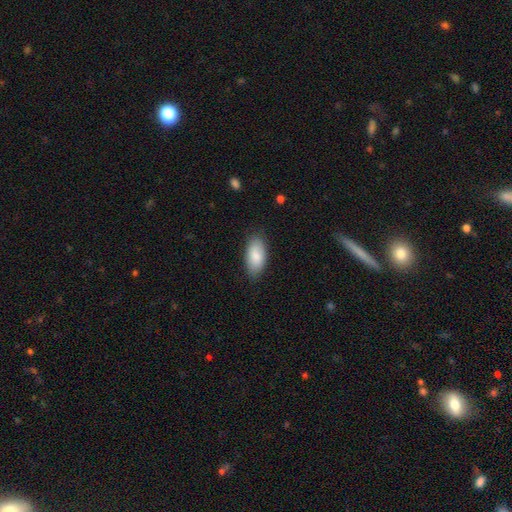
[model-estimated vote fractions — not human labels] A smooth galaxy with no disk features (87%) that is in between round and cigar-shaped (92%). Merging: none (84%).